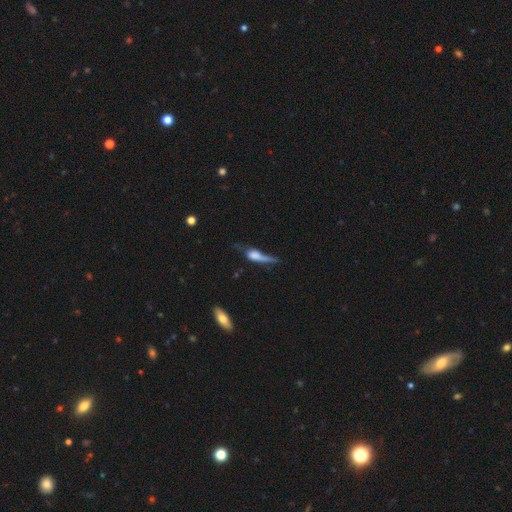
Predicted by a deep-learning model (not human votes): smooth_or_featured: smooth (p=0.47) [alt: featured or disk p=0.42]
merging: major disturbance (p=0.40) [alt: none p=0.26]